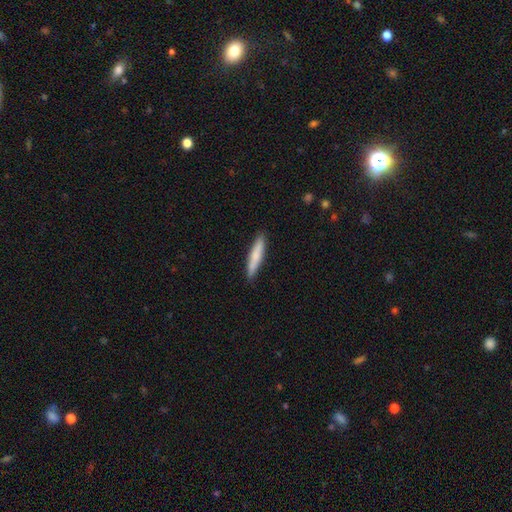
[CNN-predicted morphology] The model was most divided on "smooth or featured": smooth: 75%, featured or disk: 20%, star or artifact: 5%. More confident: how rounded — cigar-shaped (91%); merging — none (90%).